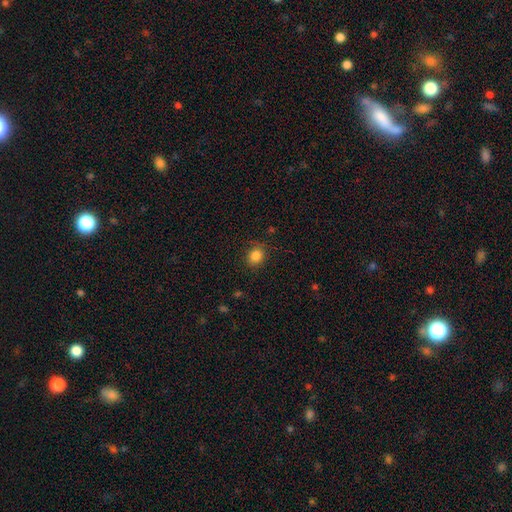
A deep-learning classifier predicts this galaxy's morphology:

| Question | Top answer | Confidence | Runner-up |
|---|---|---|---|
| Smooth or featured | smooth | 85% | star or artifact (11%) |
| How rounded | round | 75% | in between (24%) |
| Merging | none | 86% | minor disturbance (10%) |